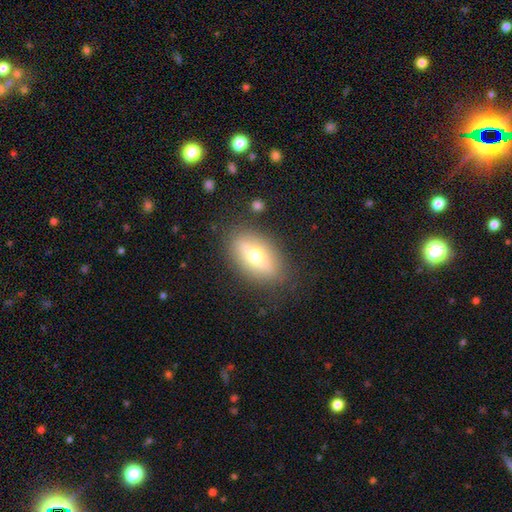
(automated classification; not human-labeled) Smooth or featured: smooth — 50% (featured or disk — 40%)
How rounded: in between — 80% (cigar-shaped — 11%)
Merging: none — 83% (minor disturbance — 11%)